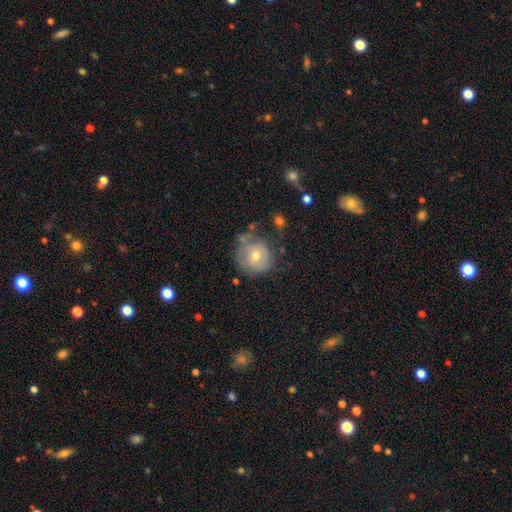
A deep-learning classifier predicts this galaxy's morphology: A smooth galaxy with no disk features (57%) that is round (89%).

Vote fractions:
- Smooth or featured? smooth: 57% / featured or disk: 35% / star or artifact: 8%
- How rounded? round: 89% / in between: 10% / cigar-shaped: 1%
- Merging? none: 58% / minor disturbance: 24% / major disturbance: 10% / merger: 7%